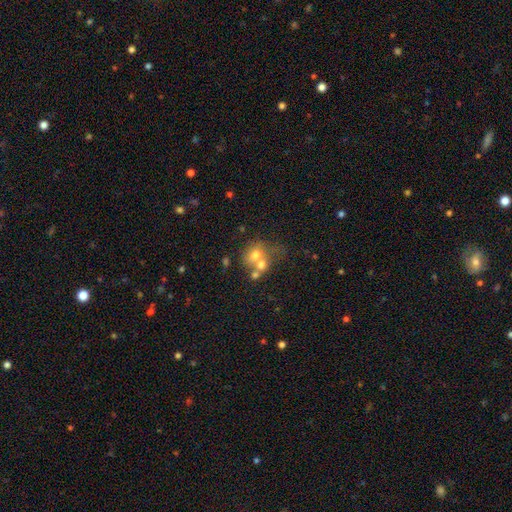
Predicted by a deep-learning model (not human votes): This appears to be a smooth galaxy with no disk features (63%) that is round (64%). Merging: merger (57%).